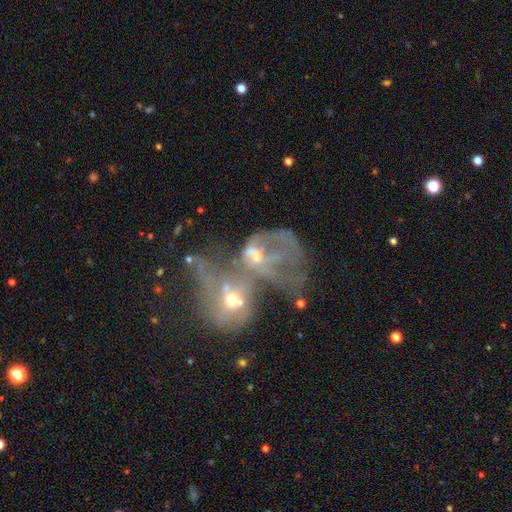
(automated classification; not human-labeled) Smooth or featured? featured or disk (59%)
Edge-on disk? no (96%)
Bar? no (75%)
Spiral arms? no (63%)
Bulge size? moderate (45%)
Merging? merger (75%)